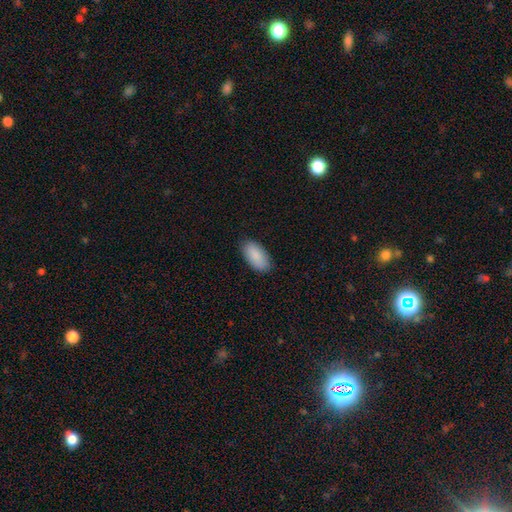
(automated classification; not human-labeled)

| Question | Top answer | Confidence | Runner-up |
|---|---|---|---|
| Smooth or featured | smooth | 90% | star or artifact (5%) |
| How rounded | in between | 95% | cigar-shaped (3%) |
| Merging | none | 87% | minor disturbance (10%) |